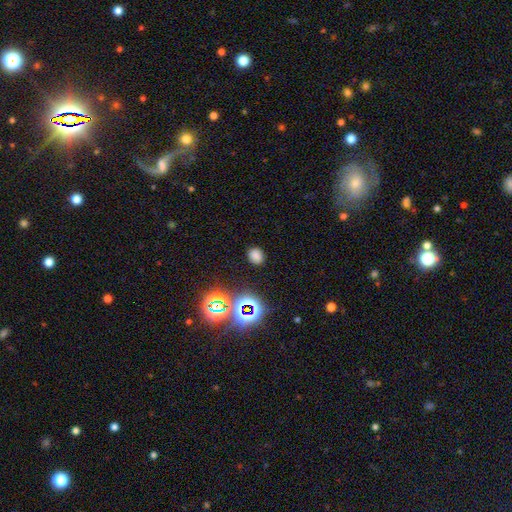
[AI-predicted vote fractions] smooth-or-featured: smooth: 71% | star or artifact: 23% | featured or disk: 6%
  how-rounded: in between: 55% | round: 44% | cigar-shaped: 1%
  merging: none: 85% | minor disturbance: 10% | major disturbance: 3% | merger: 2%